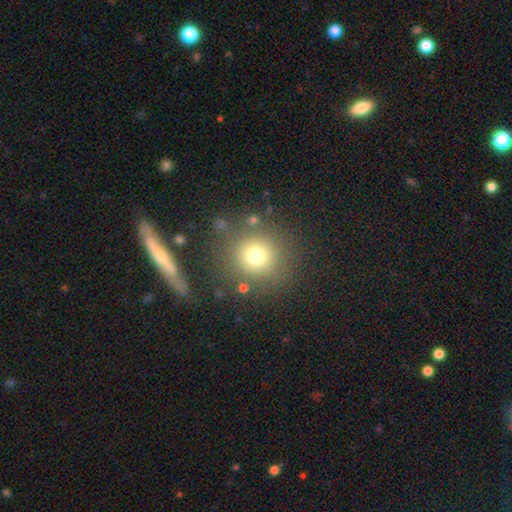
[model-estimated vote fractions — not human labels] Morphology: type=smooth (73%); roundness=round (92%); merging=none (79%).